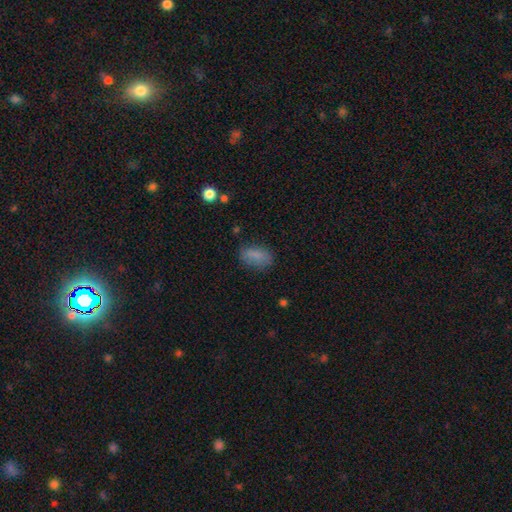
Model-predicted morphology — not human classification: smooth 79%, star or artifact 11%, featured or disk 10%. Down the decision tree: how rounded — in between (89%); merging — none (69%).